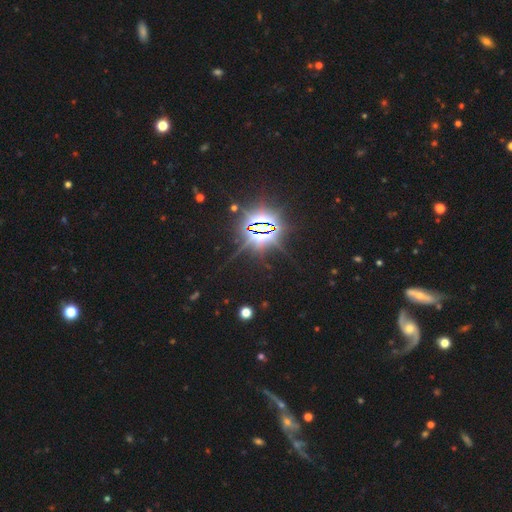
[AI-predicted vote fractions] smooth-or-featured: star or artifact: 83% | smooth: 10% | featured or disk: 7%